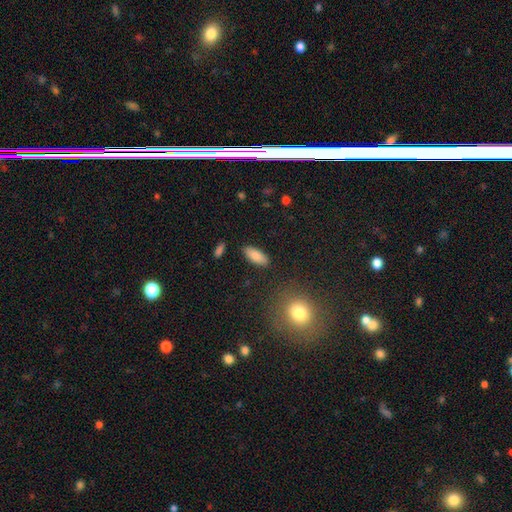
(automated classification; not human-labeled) Smooth or featured? Predicted: smooth (p=0.86). How rounded? Predicted: in between (p=0.84). Merging? Predicted: none (p=0.87).